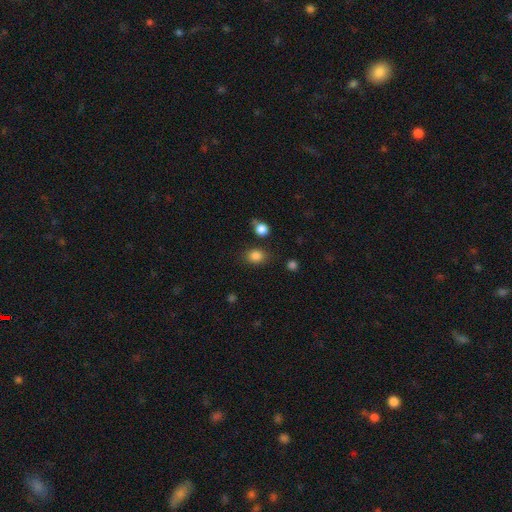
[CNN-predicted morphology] Smooth or featured? Predicted: smooth (p=0.84). How rounded? Predicted: round (p=0.55). Merging? Predicted: none (p=0.79).